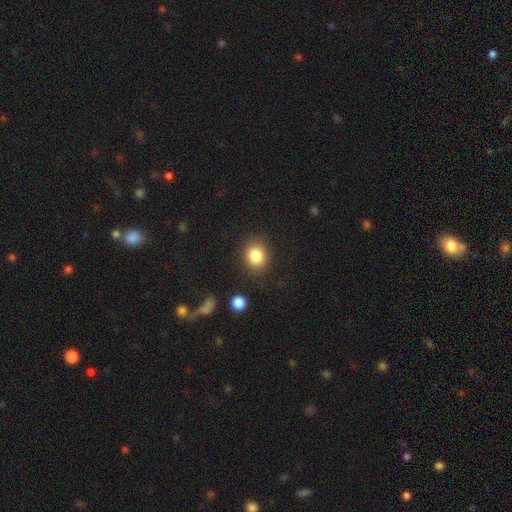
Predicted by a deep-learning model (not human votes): smooth_or_featured: smooth (p=0.84) [alt: star or artifact p=0.10]
how_rounded: round (p=0.69) [alt: in between p=0.31]
merging: none (p=0.83) [alt: minor disturbance p=0.11]